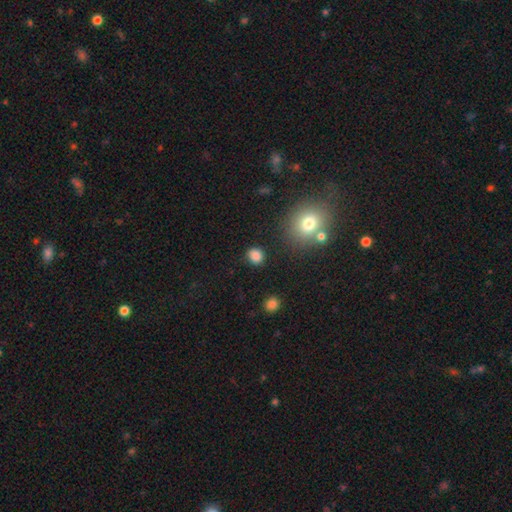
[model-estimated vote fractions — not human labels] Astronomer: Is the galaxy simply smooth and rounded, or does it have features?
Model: smooth — 84%.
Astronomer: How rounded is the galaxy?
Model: round — 70%.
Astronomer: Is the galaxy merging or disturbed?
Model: none — 83%.